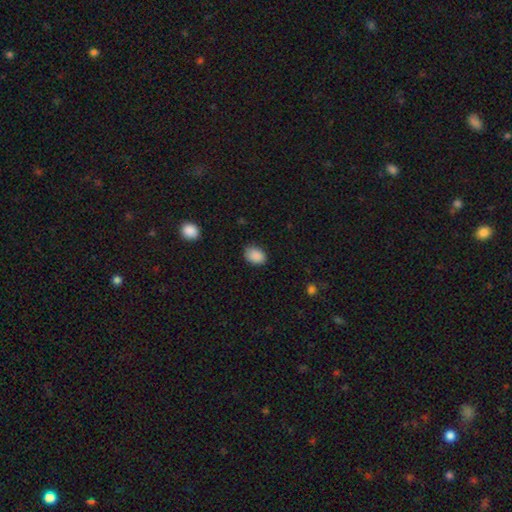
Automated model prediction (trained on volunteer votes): Overall: smooth (89%). How rounded: in between (77%). Merging: none (81%).